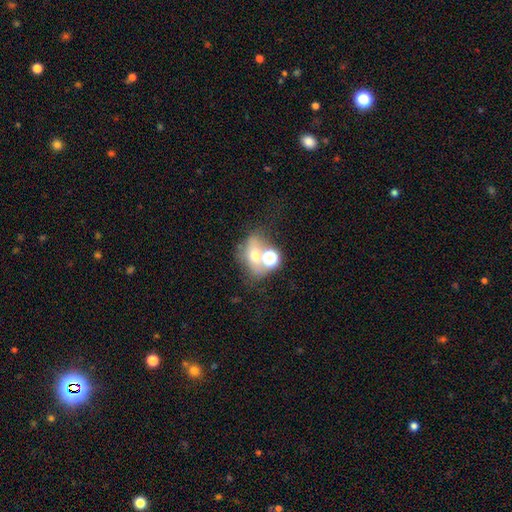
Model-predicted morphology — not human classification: A smooth galaxy with no disk features (51%) that is in between round and cigar-shaped (52%). Merging: merger (40%).